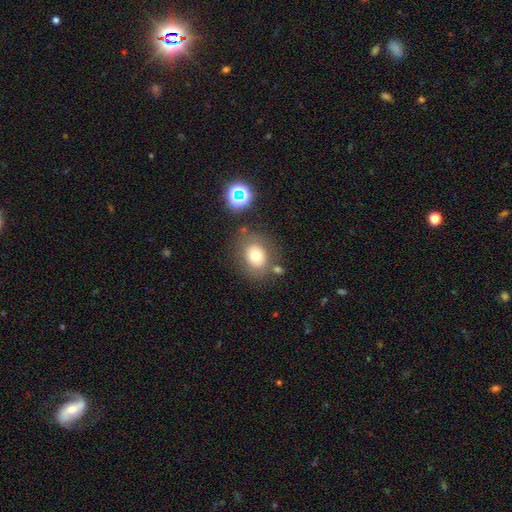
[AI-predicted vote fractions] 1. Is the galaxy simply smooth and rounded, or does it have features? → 70% smooth, 17% featured or disk, 12% star or artifact.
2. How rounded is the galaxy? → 59% round, 40% in between, 1% cigar-shaped.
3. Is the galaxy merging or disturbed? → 71% none, 14% minor disturbance, 8% merger, 7% major disturbance.